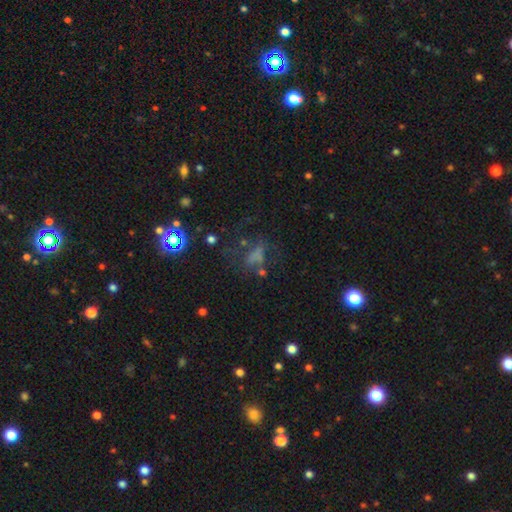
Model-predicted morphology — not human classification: Smooth or featured: smooth — 38% (star or artifact — 32%)
Merging: none — 39% (major disturbance — 33%)